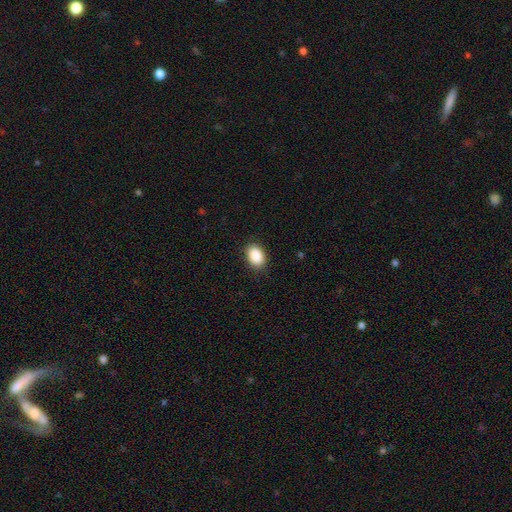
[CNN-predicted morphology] Overall: smooth (90%). How rounded: in between (84%). Merging: none (89%).